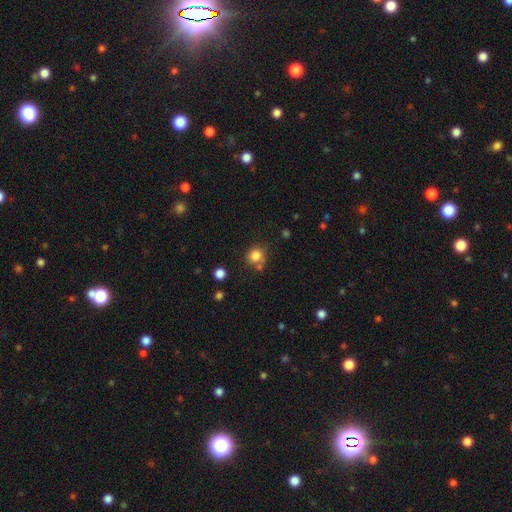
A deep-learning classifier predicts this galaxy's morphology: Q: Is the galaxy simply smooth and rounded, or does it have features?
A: smooth — 82%.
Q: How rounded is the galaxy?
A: round — 87%.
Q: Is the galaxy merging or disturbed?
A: none — 68%.